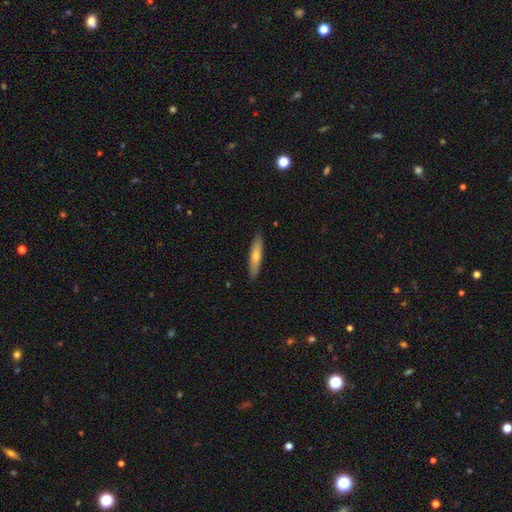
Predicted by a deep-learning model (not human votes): Q: Smooth or featured?
A: smooth (57%); runner-up: featured or disk (37%)
Q: How rounded?
A: cigar-shaped (83%); runner-up: in between (15%)
Q: Merging?
A: none (89%); runner-up: minor disturbance (9%)